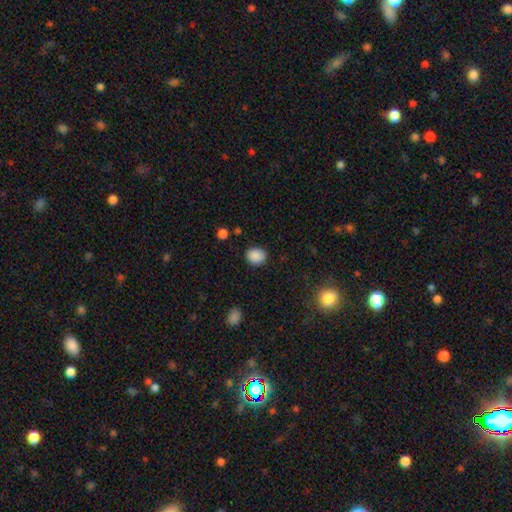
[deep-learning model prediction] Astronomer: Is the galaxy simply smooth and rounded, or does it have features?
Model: smooth — 88%.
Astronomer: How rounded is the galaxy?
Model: round — 58% (runner-up: in between, 41%).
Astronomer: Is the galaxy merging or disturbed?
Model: none — 85%.